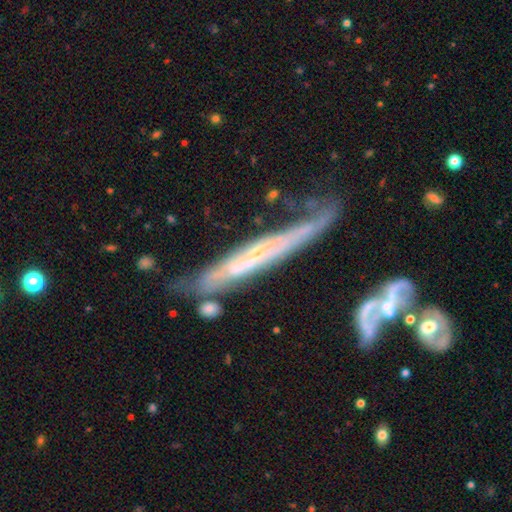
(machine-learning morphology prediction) A featured or disk galaxy (72%) viewed edge-on (72%) with no central bulge (66%). Merging: none (51%).